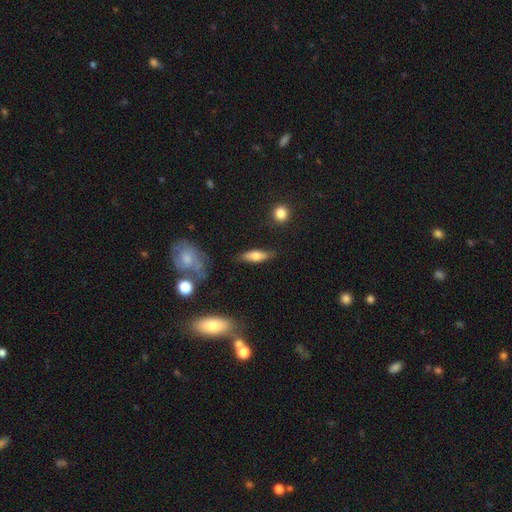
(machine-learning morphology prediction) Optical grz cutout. It shows a smooth galaxy with no disk features (62%) that is in between round and cigar-shaped (55%). Merging: none (79%).